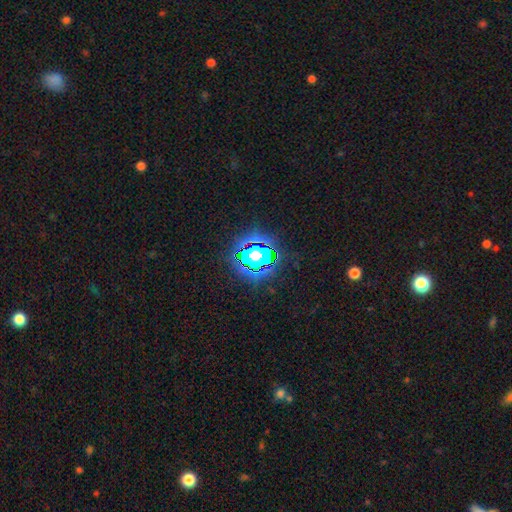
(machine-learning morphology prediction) A star or artifact, not a galaxy (80%).